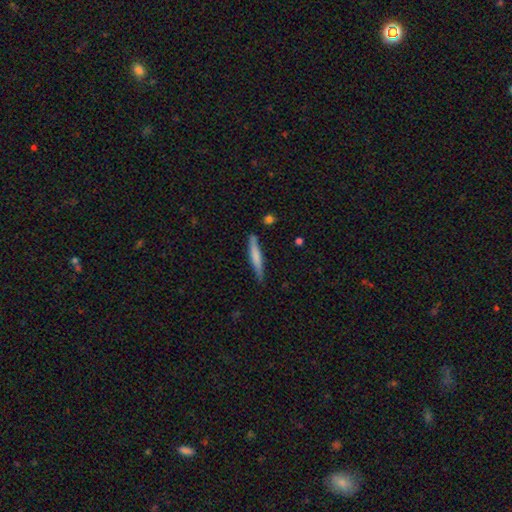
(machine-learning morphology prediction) The model was most divided on "smooth or featured": smooth: 63%, featured or disk: 32%, star or artifact: 5%. More confident: how rounded — cigar-shaped (93%); merging — none (81%).